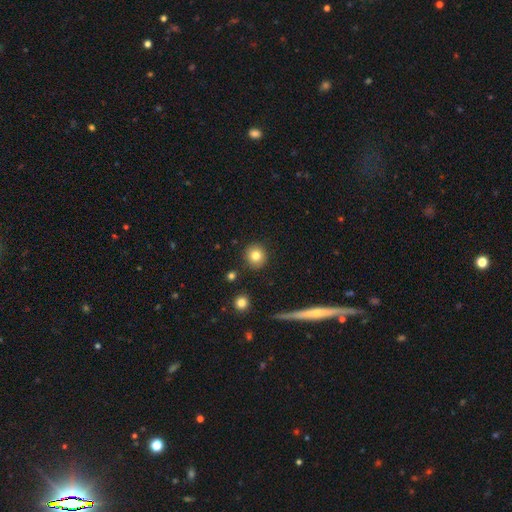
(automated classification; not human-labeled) Overall: smooth (80%). How rounded: round (92%). Merging: none (90%).